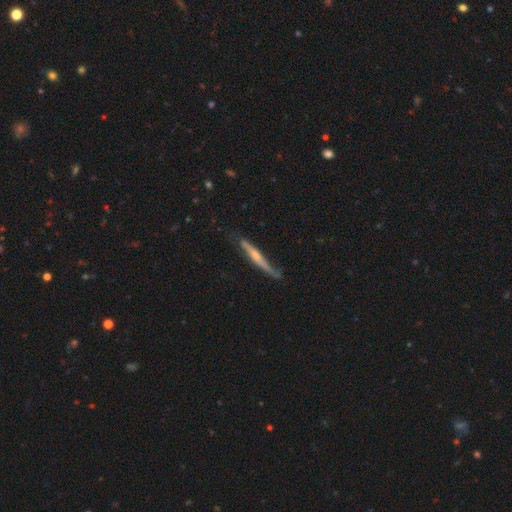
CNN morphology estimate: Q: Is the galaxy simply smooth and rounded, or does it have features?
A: featured or disk — 65%.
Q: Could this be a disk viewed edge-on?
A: yes — 90%.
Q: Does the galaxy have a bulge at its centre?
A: rounded — 61%.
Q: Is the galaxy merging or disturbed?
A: none — 56%.